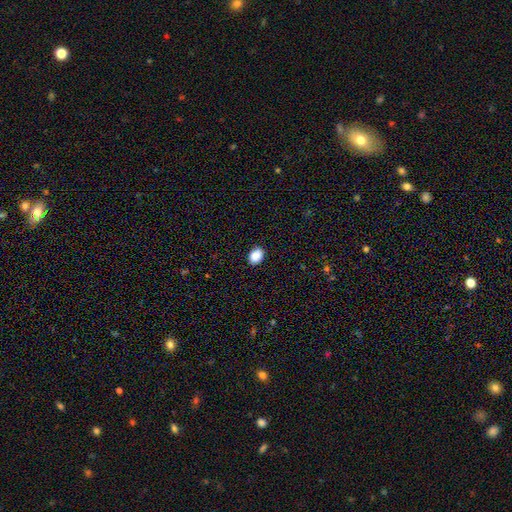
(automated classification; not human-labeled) smooth 90%, star or artifact 8%, featured or disk 3%. Down the decision tree: how rounded — in between (68%); merging — none (89%).